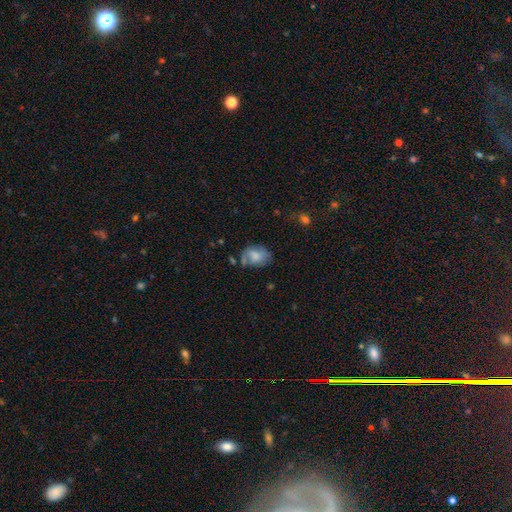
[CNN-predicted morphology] Smooth or featured? smooth (67%)
How rounded? in between (75%)
Merging? none (43%)